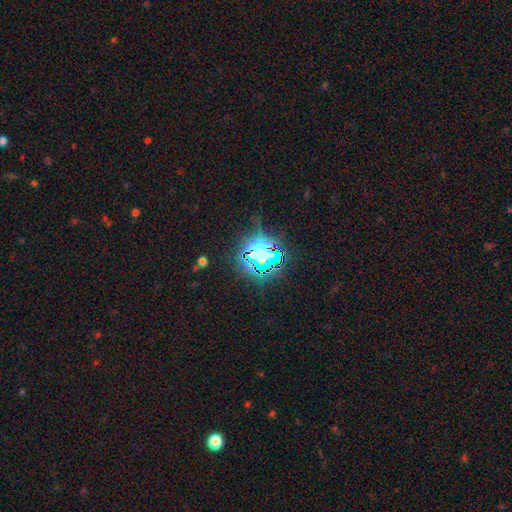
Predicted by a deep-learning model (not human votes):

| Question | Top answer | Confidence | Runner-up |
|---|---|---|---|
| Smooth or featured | star or artifact | 70% | smooth (17%) |